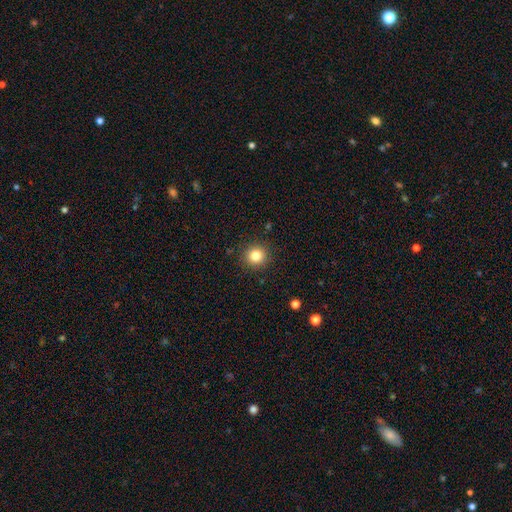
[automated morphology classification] This appears to be a smooth galaxy with no disk features (82%) that is round (92%). Merging: none (90%).